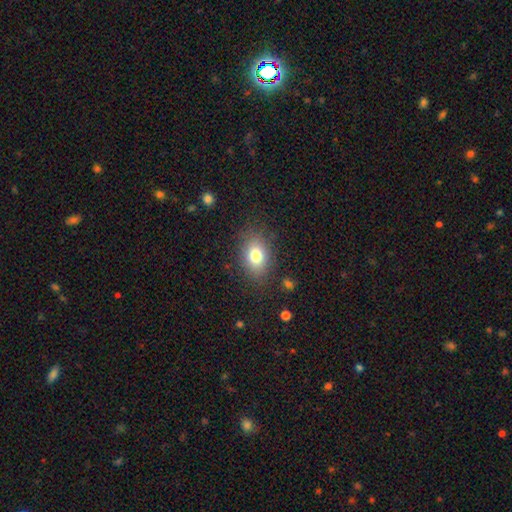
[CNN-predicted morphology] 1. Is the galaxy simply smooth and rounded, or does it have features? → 78% smooth, 11% featured or disk, 11% star or artifact.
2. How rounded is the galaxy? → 72% in between, 26% round, 1% cigar-shaped.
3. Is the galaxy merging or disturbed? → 82% none, 12% minor disturbance, 5% major disturbance, 2% merger.